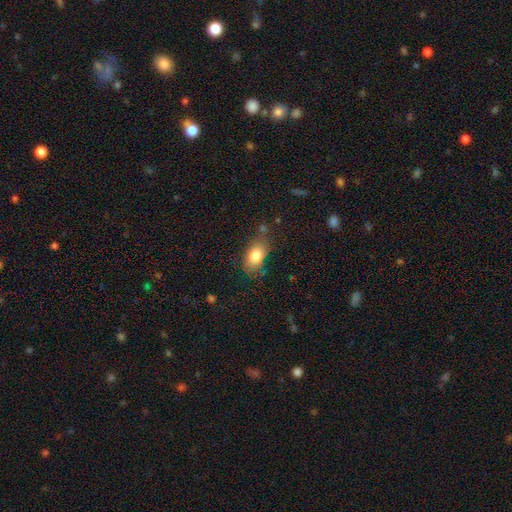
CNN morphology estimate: This appears to be a smooth galaxy with no disk features (82%) that is in between round and cigar-shaped (89%). Merging: none (72%).